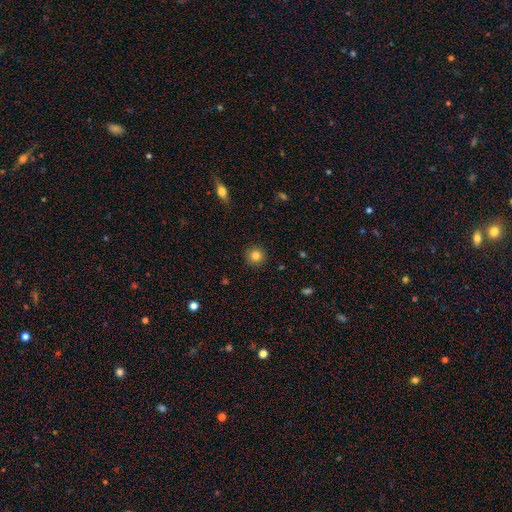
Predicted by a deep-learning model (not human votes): Morphology: type=smooth (83%); roundness=round (94%); merging=none (92%).